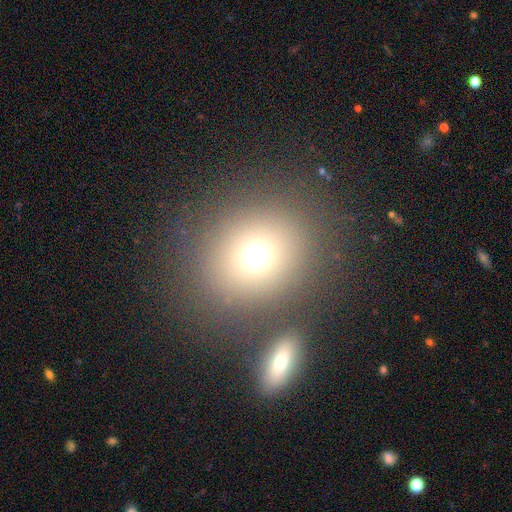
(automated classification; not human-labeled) Q: Smooth or featured?
A: smooth (71%); runner-up: star or artifact (17%)
Q: How rounded?
A: round (76%); runner-up: in between (23%)
Q: Merging?
A: none (70%); runner-up: merger (17%)